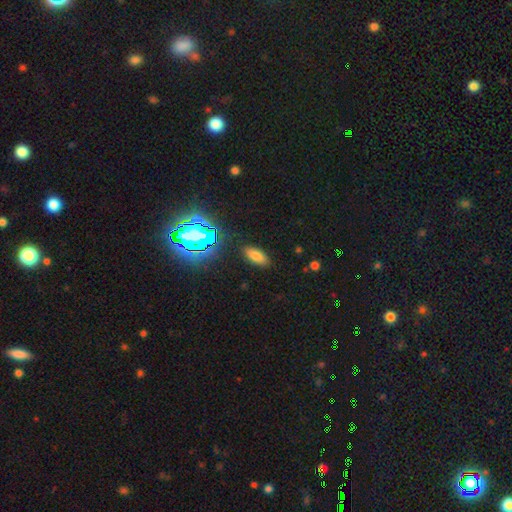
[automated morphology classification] smooth_or_featured: smooth (p=0.71) [alt: star or artifact p=0.19]
how_rounded: in between (p=0.85) [alt: cigar-shaped p=0.11]
merging: none (p=0.87) [alt: minor disturbance p=0.09]